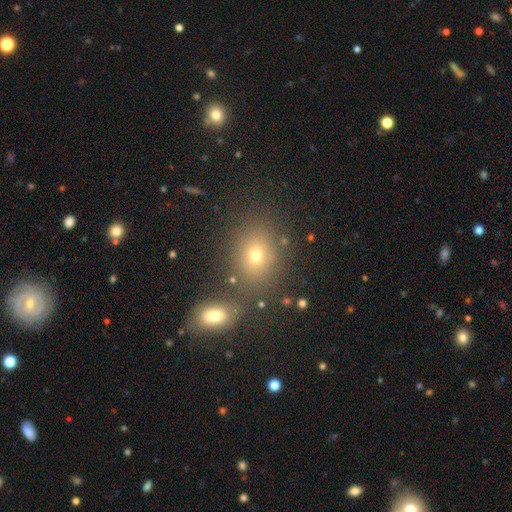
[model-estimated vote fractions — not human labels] A smooth galaxy with no disk features (69%) that is in between round and cigar-shaped (54%).

Vote fractions:
- Smooth or featured? smooth: 69% / star or artifact: 18% / featured or disk: 13%
- How rounded? in between: 54% / round: 44% / cigar-shaped: 1%
- Merging? none: 71% / merger: 14% / minor disturbance: 10% / major disturbance: 4%